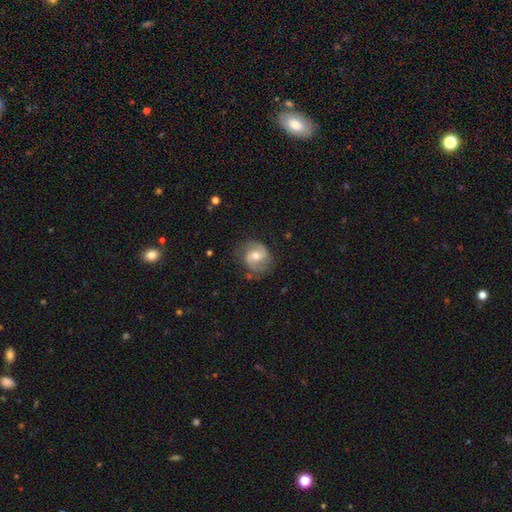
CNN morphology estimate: Smooth or featured? featured or disk (68%)
Edge-on disk? no (97%)
Bar? weak (47%)
Spiral arms? yes (89%)
Spiral winding? medium (48%)
Spiral arm count? 2 (86%)
Bulge size? moderate (69%)
Merging? none (74%)